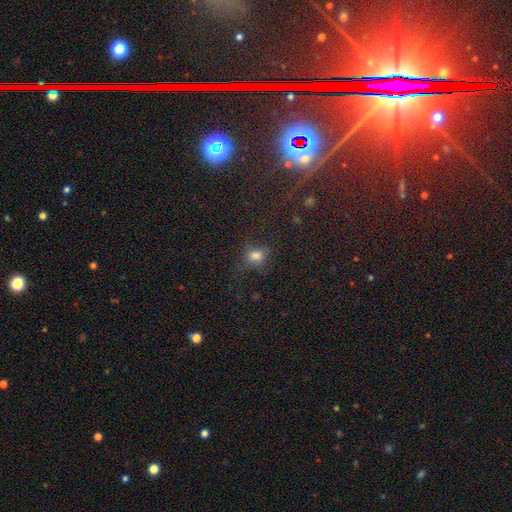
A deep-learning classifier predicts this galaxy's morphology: This is likely a smooth galaxy (71%). How rounded: possibly round (57%). Merging: likely none (66%).